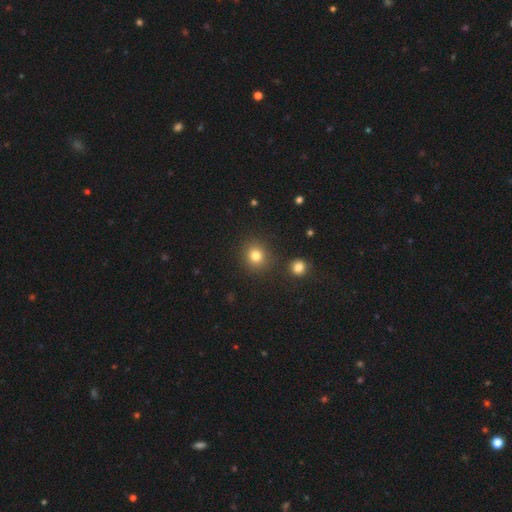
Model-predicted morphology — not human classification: type=smooth (80%); roundness=round (85%); merging=none (86%).